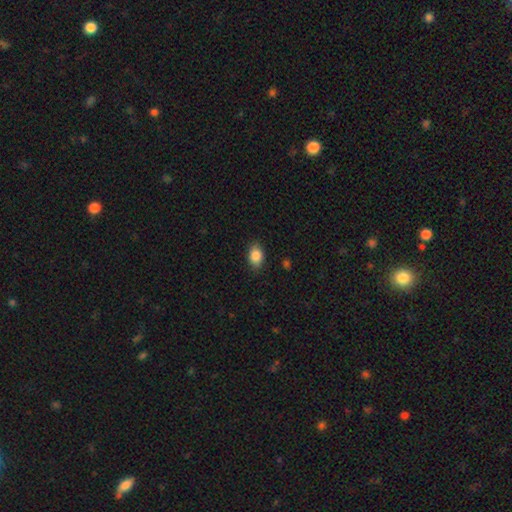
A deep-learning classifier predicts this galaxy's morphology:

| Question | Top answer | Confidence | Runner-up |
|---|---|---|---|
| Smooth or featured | smooth | 86% | star or artifact (8%) |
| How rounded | in between | 82% | round (17%) |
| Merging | none | 84% | minor disturbance (13%) |